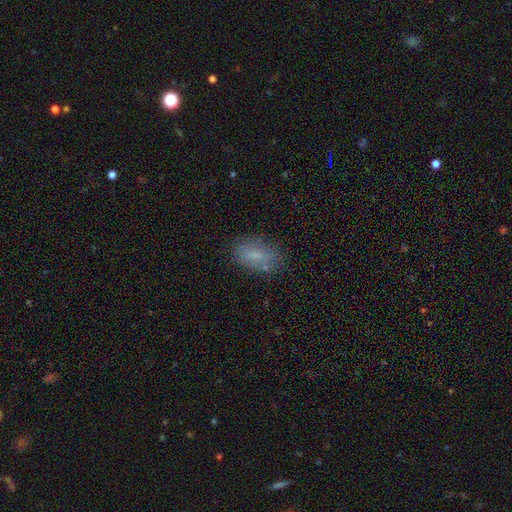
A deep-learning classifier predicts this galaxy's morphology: Smooth or featured: smooth — 70% (featured or disk — 20%)
How rounded: in between — 87% (round — 7%)
Merging: none — 71% (minor disturbance — 19%)